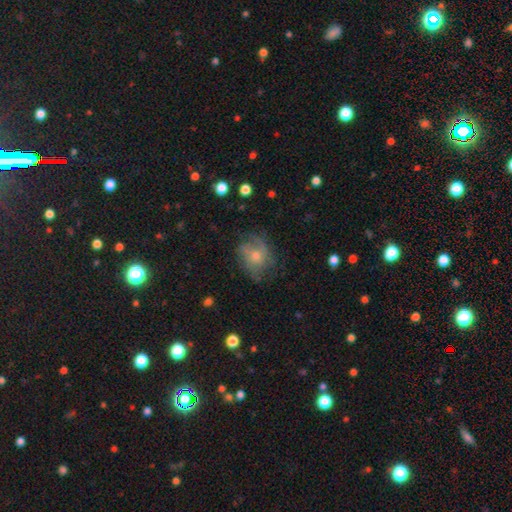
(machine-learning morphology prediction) smooth-or-featured: featured or disk: 49% | smooth: 36% | star or artifact: 15%
  merging: none: 67% | minor disturbance: 21% | major disturbance: 11% | merger: 1%